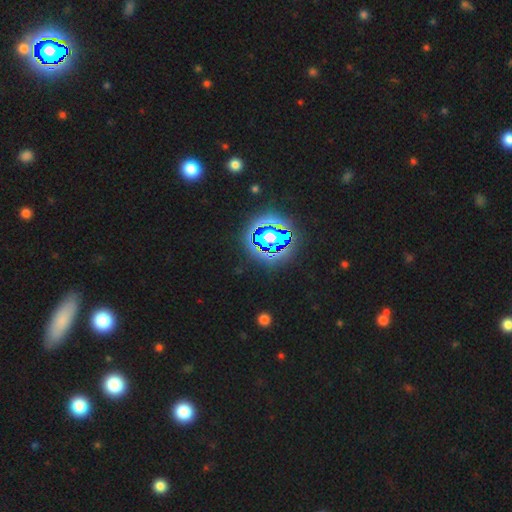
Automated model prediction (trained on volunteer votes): star or artifact 81%, smooth 12%, featured or disk 7%.